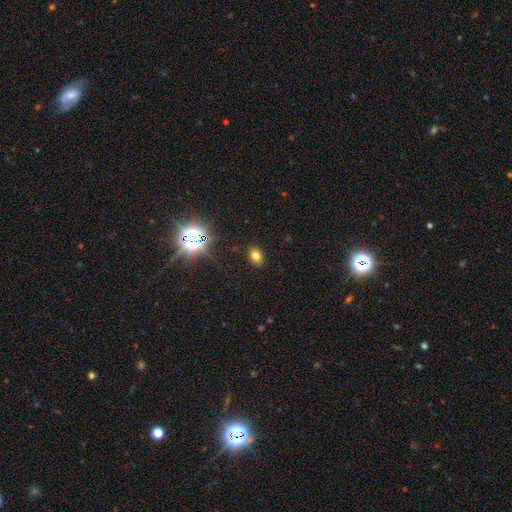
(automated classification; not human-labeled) A smooth galaxy with no disk features (71%) that is in between round and cigar-shaped (71%). Merging: none (87%).